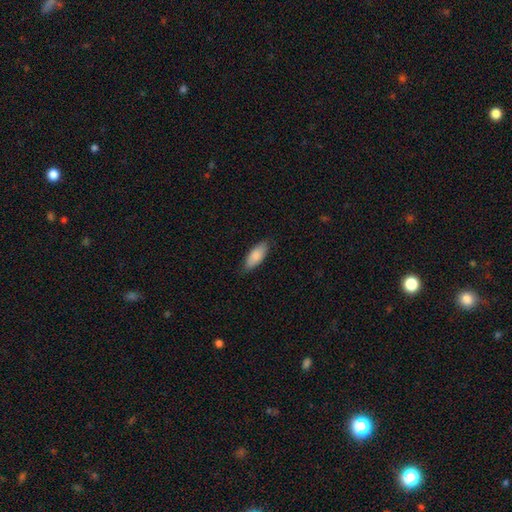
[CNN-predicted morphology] Q: Smooth or featured?
A: smooth (85%); runner-up: featured or disk (9%)
Q: How rounded?
A: in between (78%); runner-up: cigar-shaped (20%)
Q: Merging?
A: none (84%); runner-up: minor disturbance (13%)